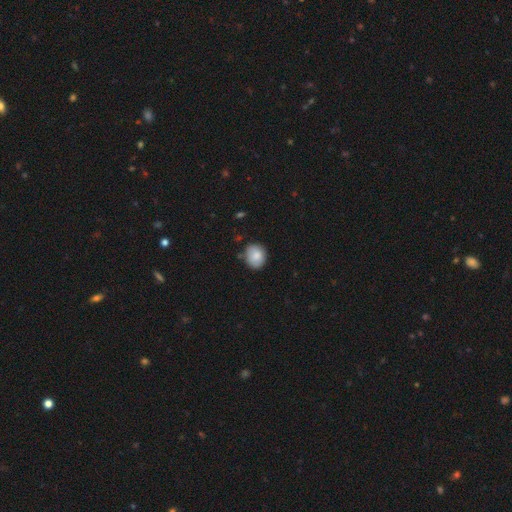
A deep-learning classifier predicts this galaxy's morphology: type=smooth (84%); roundness=round (63%); merging=none (77%).